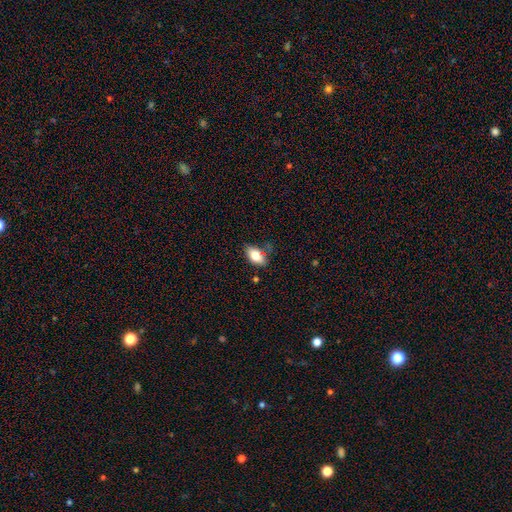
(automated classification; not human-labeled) A smooth galaxy with no disk features (77%) that is in between round and cigar-shaped (87%). Merging: none (67%).